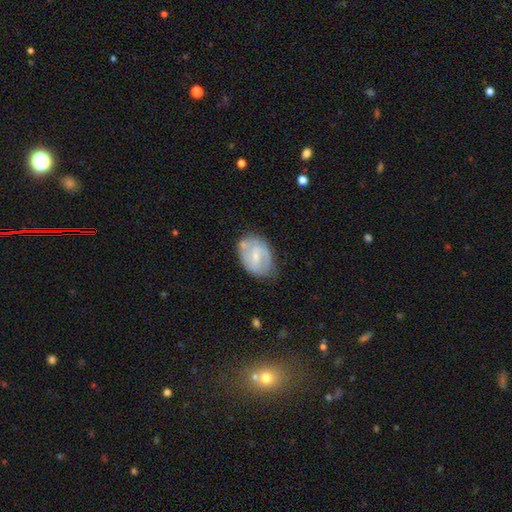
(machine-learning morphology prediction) smooth_or_featured: featured or disk (p=0.65) [alt: smooth p=0.29]
disk_edge_on: no (p=0.97) [alt: yes p=0.03]
bar: weak (p=0.55) [alt: no p=0.32]
has_spiral_arms: yes (p=0.78) [alt: no p=0.22]
bulge_size: small (p=0.62) [alt: moderate p=0.29]
merging: none (p=0.63) [alt: minor disturbance p=0.26]